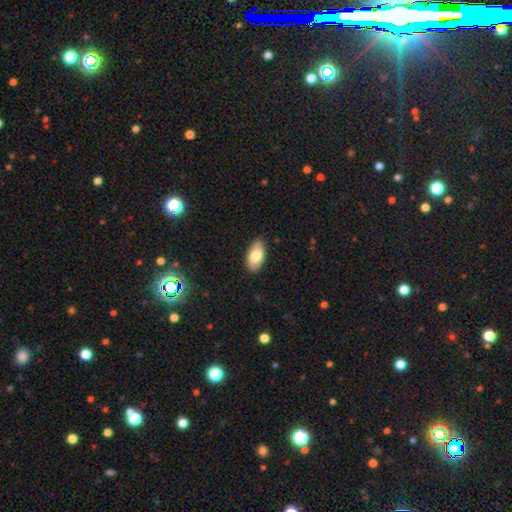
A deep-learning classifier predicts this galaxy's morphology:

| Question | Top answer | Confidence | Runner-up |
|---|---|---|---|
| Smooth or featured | smooth | 79% | featured or disk (14%) |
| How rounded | in between | 93% | cigar-shaped (3%) |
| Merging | none | 82% | minor disturbance (15%) |